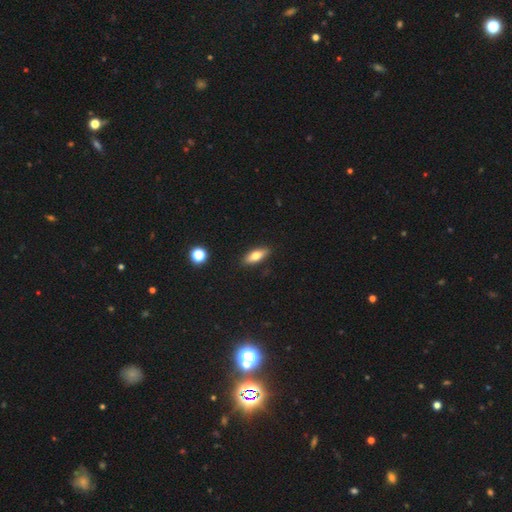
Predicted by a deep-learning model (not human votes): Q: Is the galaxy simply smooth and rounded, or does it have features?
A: smooth — 69%.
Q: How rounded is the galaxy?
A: in between — 64%.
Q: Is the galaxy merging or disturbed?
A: none — 89%.